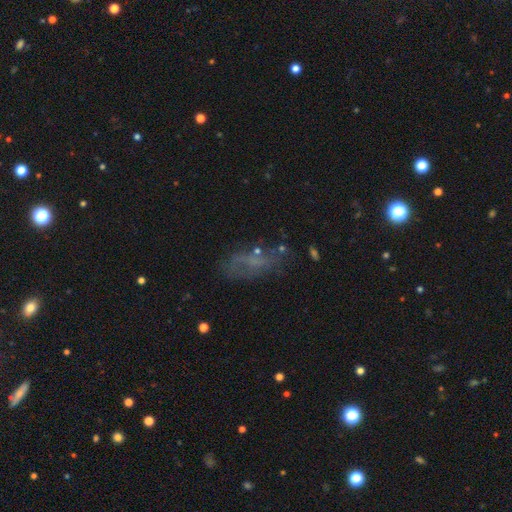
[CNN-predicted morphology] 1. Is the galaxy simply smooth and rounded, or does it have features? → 42% featured or disk, 38% smooth, 20% star or artifact.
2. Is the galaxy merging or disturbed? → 51% none, 22% minor disturbance, 21% major disturbance, 5% merger.